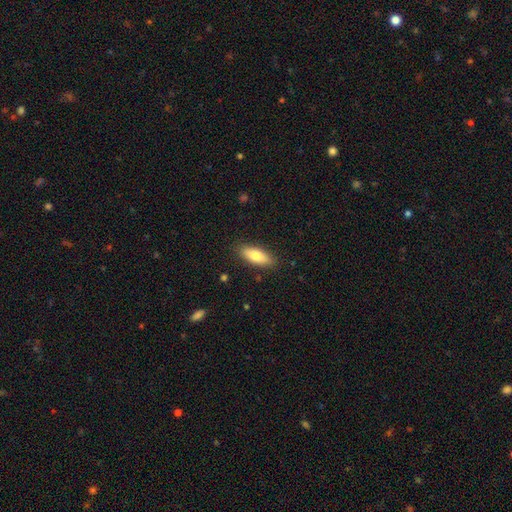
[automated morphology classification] Smooth or featured?
  - smooth: 78% *
  - featured or disk: 16%
  - star or artifact: 6%
How rounded?
  - in between: 70% *
  - cigar-shaped: 28%
  - round: 2%
Merging?
  - none: 86% *
  - minor disturbance: 10%
  - major disturbance: 2%
  - merger: 1%